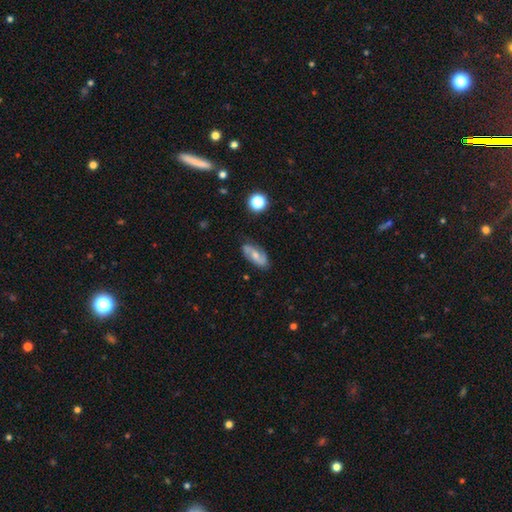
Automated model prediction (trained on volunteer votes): Smooth or featured? featured or disk (61%)
Edge-on disk? no (92%)
Bar? no (46%)
Spiral arms? yes (88%)
Bulge size? moderate (53%)
Merging? none (79%)